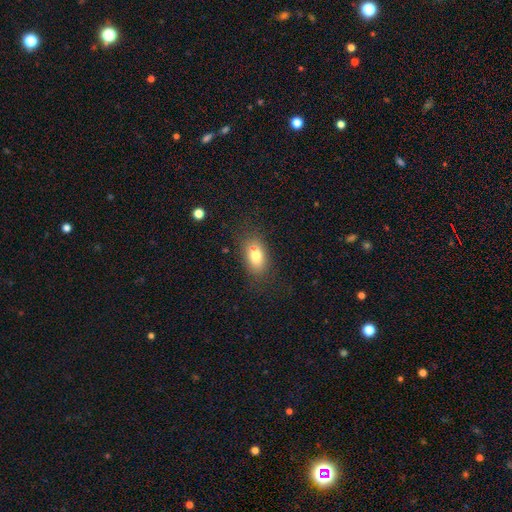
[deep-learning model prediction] Morphology: type=smooth (75%); roundness=in between (85%); merging=none (70%).